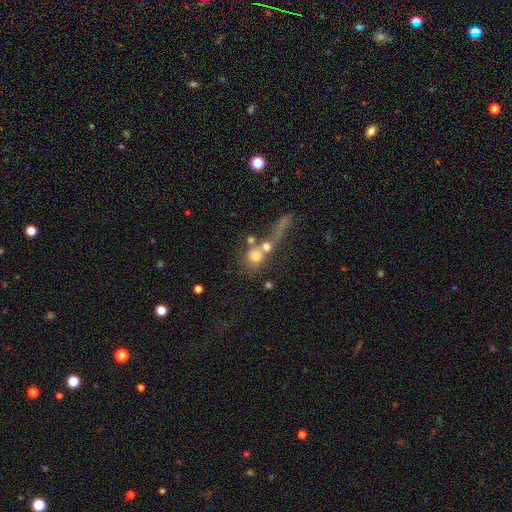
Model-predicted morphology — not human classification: Q: Smooth or featured?
A: smooth (63%); runner-up: featured or disk (23%)
Q: How rounded?
A: round (68%); runner-up: in between (25%)
Q: Merging?
A: merger (53%); runner-up: none (24%)